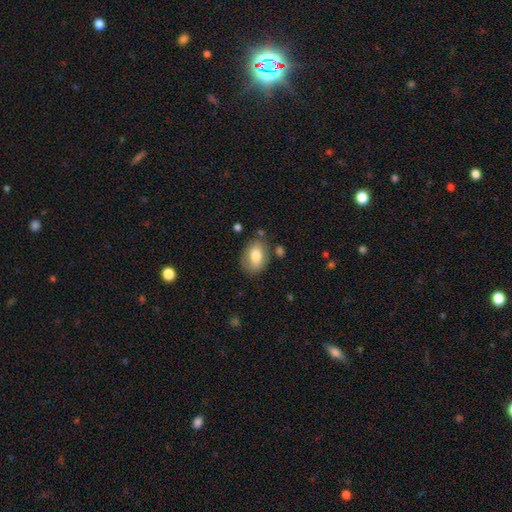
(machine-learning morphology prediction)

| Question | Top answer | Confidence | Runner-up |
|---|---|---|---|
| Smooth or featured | smooth | 78% | featured or disk (14%) |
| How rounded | in between | 80% | round (18%) |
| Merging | none | 72% | minor disturbance (18%) |